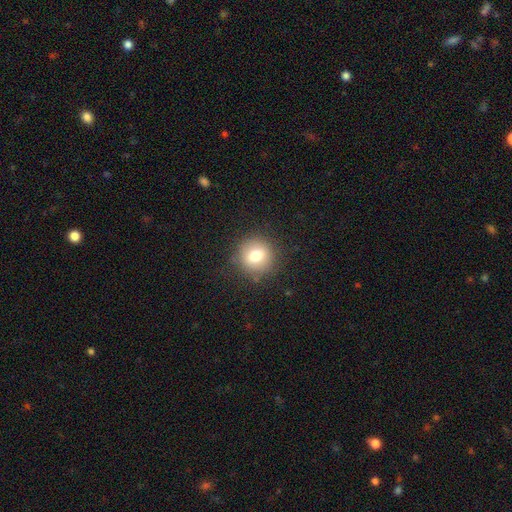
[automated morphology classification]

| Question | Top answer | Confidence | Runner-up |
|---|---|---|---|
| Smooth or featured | smooth | 76% | featured or disk (13%) |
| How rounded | round | 91% | in between (8%) |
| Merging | none | 87% | minor disturbance (9%) |